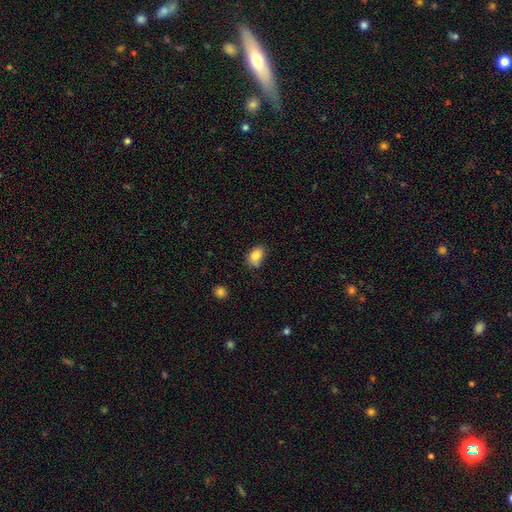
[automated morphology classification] Smooth or featured? smooth (84%)
How rounded? in between (78%)
Merging? none (65%)